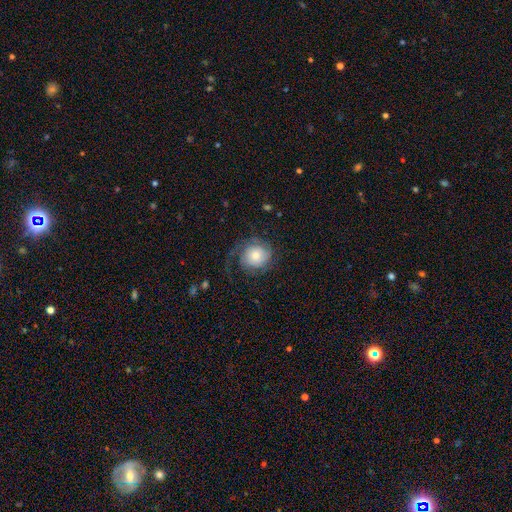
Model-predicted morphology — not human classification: A featured or disk galaxy (46%, tied with smooth). Merging: none (59%).